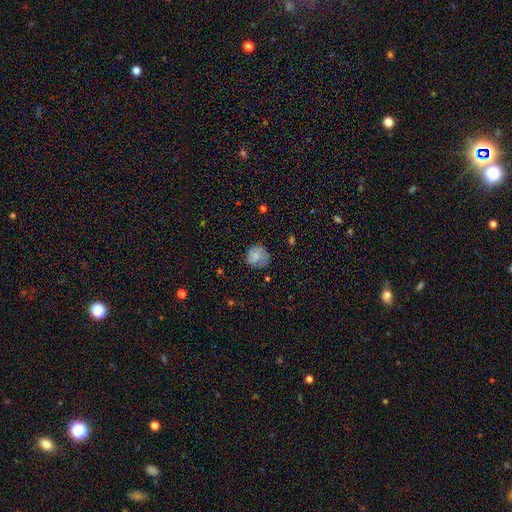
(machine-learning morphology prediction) Smooth or featured?
  - smooth: 76% *
  - featured or disk: 15%
  - star or artifact: 10%
How rounded?
  - round: 81% *
  - in between: 18%
  - cigar-shaped: 1%
Merging?
  - none: 64% *
  - minor disturbance: 25%
  - major disturbance: 9%
  - merger: 2%